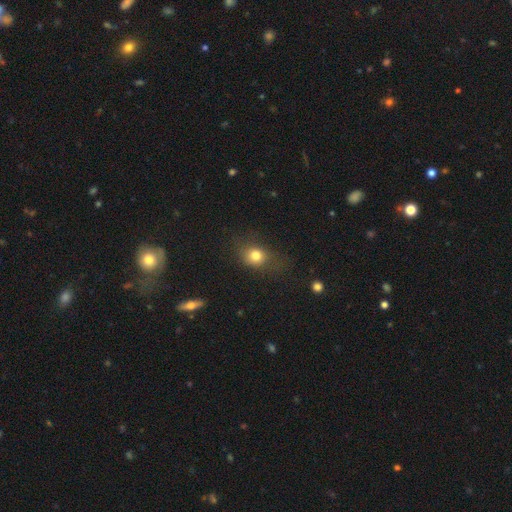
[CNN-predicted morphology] smooth-or-featured: smooth: 78% | star or artifact: 13% | featured or disk: 9%
  how-rounded: round: 64% | in between: 35% | cigar-shaped: 2%
  merging: none: 63% | minor disturbance: 22% | major disturbance: 13% | merger: 2%